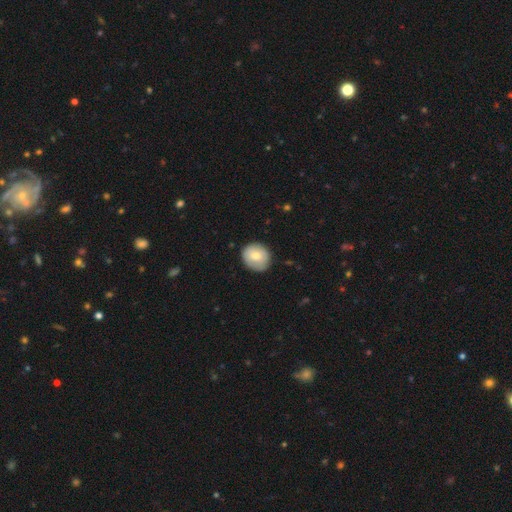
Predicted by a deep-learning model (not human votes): Smooth or featured?
  - smooth: 74% *
  - featured or disk: 19%
  - star or artifact: 7%
How rounded?
  - round: 78% *
  - in between: 21%
  - cigar-shaped: 1%
Merging?
  - none: 83% *
  - minor disturbance: 13%
  - major disturbance: 3%
  - merger: 1%